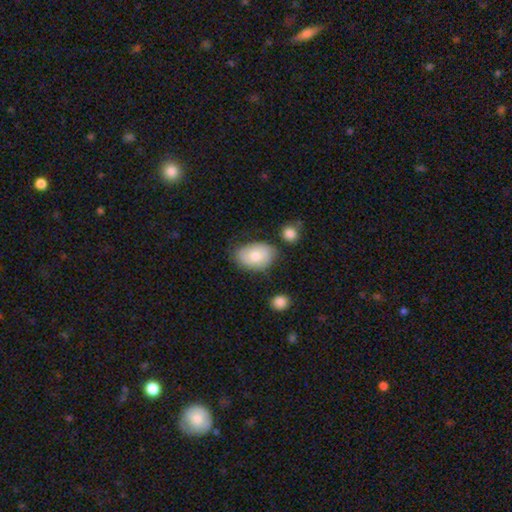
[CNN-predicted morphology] Q: Smooth or featured?
A: smooth (71%); runner-up: featured or disk (22%)
Q: How rounded?
A: in between (85%); runner-up: round (14%)
Q: Merging?
A: none (67%); runner-up: minor disturbance (22%)